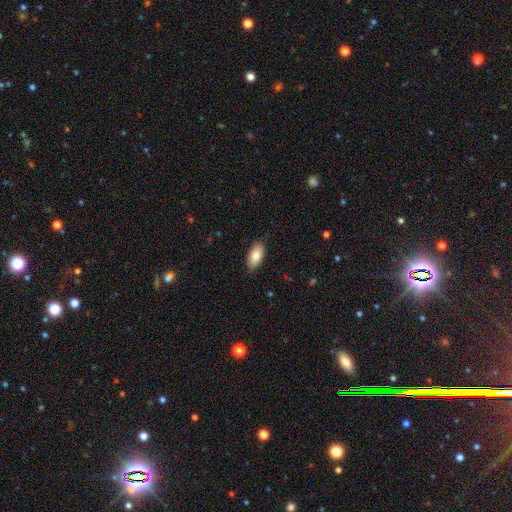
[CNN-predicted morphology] A smooth galaxy with no disk features (81%) that is in between round and cigar-shaped (91%).

Vote fractions:
- Smooth or featured? smooth: 81% / featured or disk: 12% / star or artifact: 7%
- How rounded? in between: 91% / cigar-shaped: 6% / round: 3%
- Merging? none: 84% / minor disturbance: 13% / major disturbance: 2% / merger: 1%